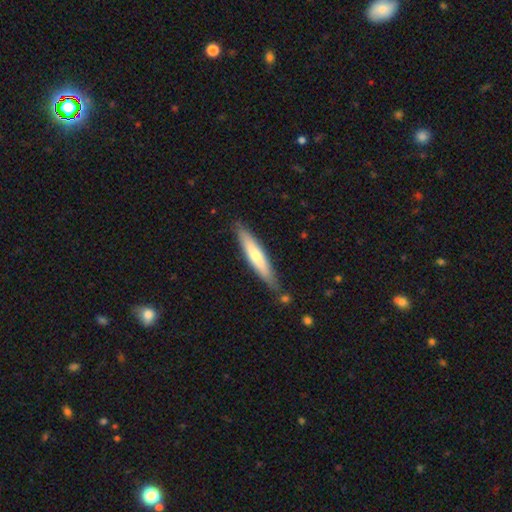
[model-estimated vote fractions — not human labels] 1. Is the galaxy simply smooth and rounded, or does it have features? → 59% smooth, 36% featured or disk, 5% star or artifact.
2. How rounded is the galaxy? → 88% cigar-shaped, 11% in between, 1% round.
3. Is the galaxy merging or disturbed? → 82% none, 13% minor disturbance, 3% merger, 2% major disturbance.